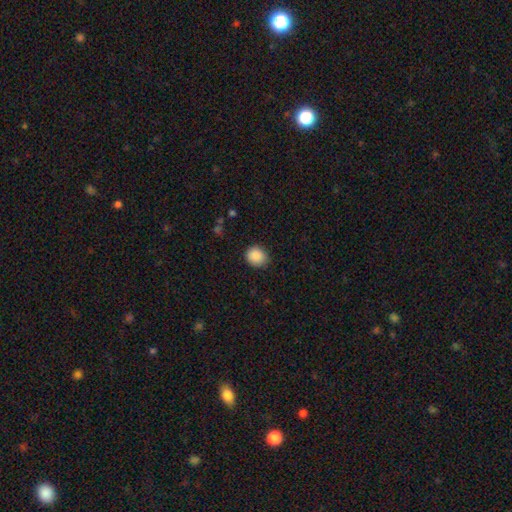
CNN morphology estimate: A smooth galaxy with no disk features (88%) that is round (75%).

Vote fractions:
- Smooth or featured? smooth: 88% / star or artifact: 8% / featured or disk: 3%
- How rounded? round: 75% / in between: 24% / cigar-shaped: 1%
- Merging? none: 84% / minor disturbance: 12% / major disturbance: 2% / merger: 1%